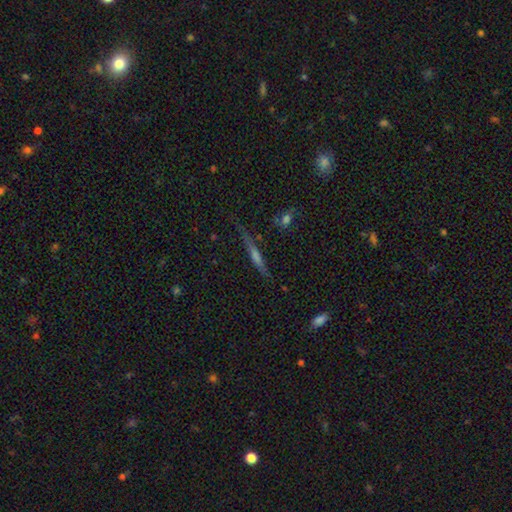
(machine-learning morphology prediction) This is possibly a featured or disk galaxy (52%). It is clearly viewed edge-on (94%). Merging: likely none (75%).